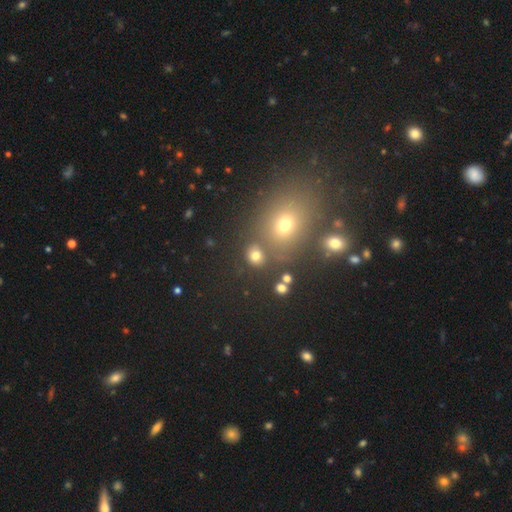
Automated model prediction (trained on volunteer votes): This is likely a smooth galaxy (74%). How rounded: likely round (71%). Merging: likely none (74%).